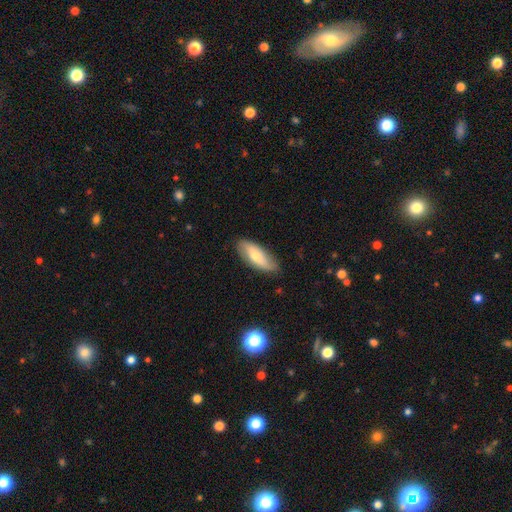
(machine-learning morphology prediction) smooth 60%, featured or disk 34%, star or artifact 6%. Down the decision tree: how rounded — in between (70%); merging — none (81%).